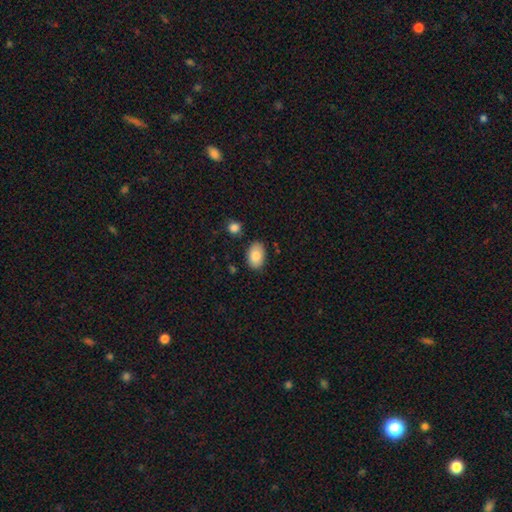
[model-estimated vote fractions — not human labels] Q: Smooth or featured?
A: smooth (86%); runner-up: featured or disk (8%)
Q: How rounded?
A: in between (90%); runner-up: round (9%)
Q: Merging?
A: none (82%); runner-up: minor disturbance (12%)